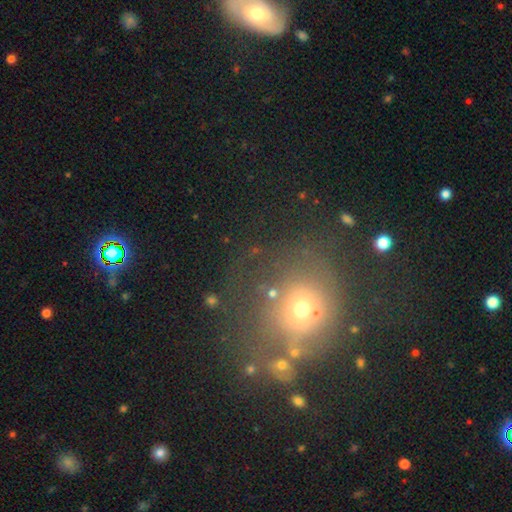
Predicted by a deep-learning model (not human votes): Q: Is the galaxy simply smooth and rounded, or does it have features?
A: smooth — 51%.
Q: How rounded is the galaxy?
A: round — 77%.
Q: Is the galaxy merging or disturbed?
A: none — 62%.